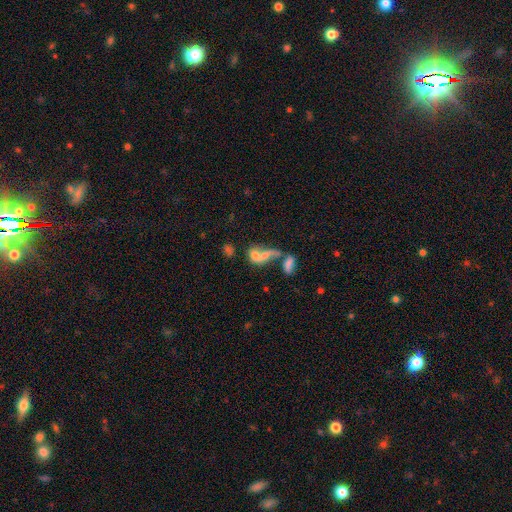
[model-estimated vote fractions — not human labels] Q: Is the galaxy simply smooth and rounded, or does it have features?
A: smooth — 58%.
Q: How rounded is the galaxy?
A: in between — 72%.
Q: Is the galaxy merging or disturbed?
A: merger — 69%.